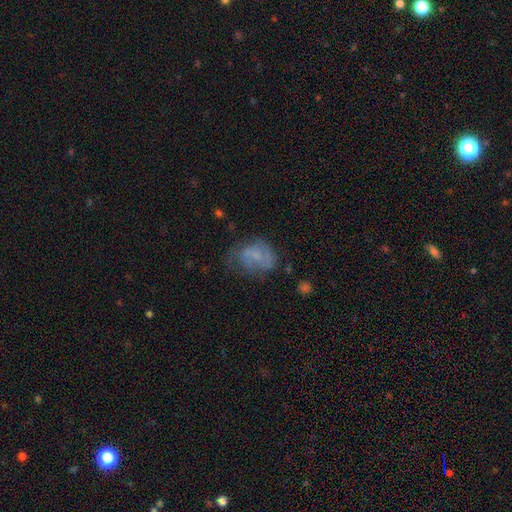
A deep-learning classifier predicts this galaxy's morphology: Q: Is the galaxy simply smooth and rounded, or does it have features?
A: smooth — 46%.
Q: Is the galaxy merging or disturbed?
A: none — 41%.